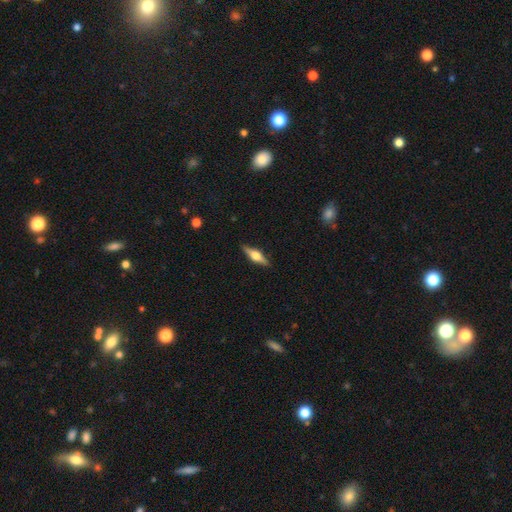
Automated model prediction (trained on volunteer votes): smooth_or_featured: featured or disk (p=0.61) [alt: smooth p=0.33]
disk_edge_on: yes (p=0.96) [alt: no p=0.04]
edge_on_bulge: rounded (p=0.92) [alt: boxy p=0.07]
merging: none (p=0.89) [alt: minor disturbance p=0.08]